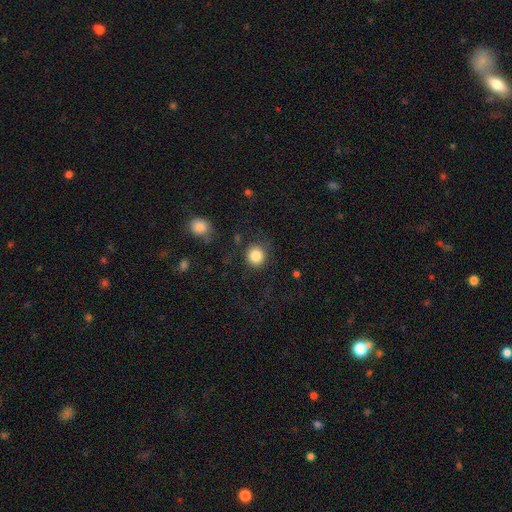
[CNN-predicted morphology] A smooth galaxy with no disk features (86%) that is round (90%). Merging: none (83%).